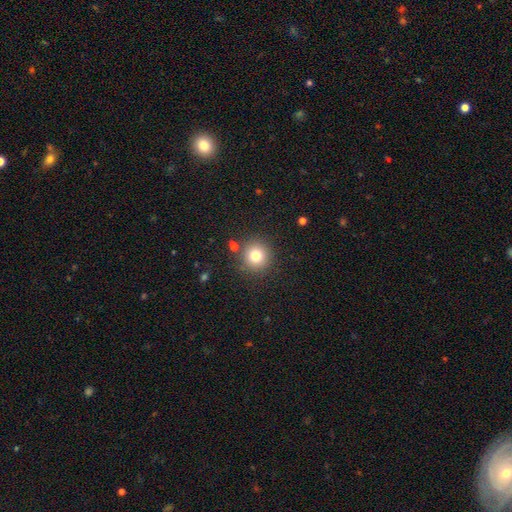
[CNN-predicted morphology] smooth-or-featured: smooth: 78% | star or artifact: 13% | featured or disk: 9%
  how-rounded: round: 94% | in between: 5% | cigar-shaped: 1%
  merging: none: 87% | minor disturbance: 7% | merger: 4% | major disturbance: 3%